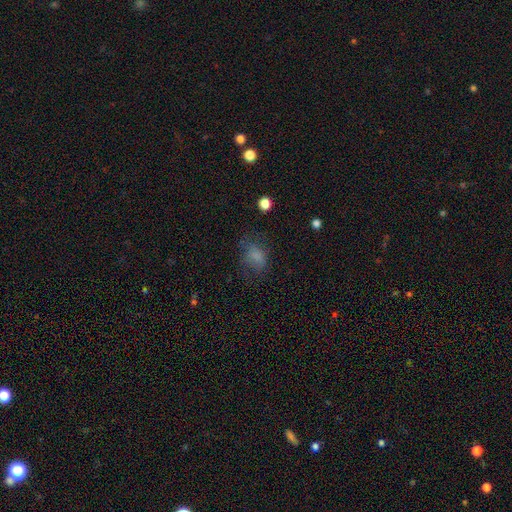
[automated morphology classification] smooth 72%, star or artifact 14%, featured or disk 13%. Down the decision tree: how rounded — in between (70%); merging — none (54%).